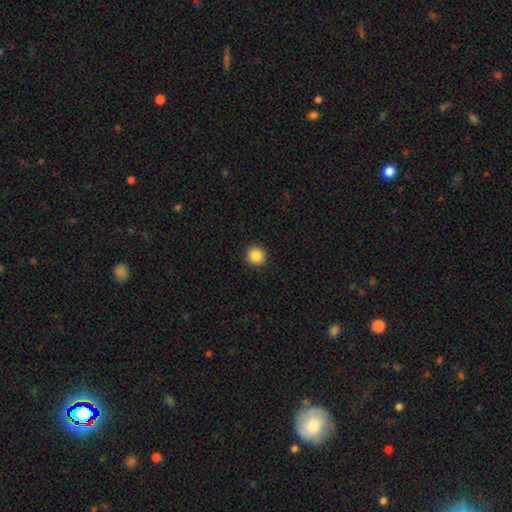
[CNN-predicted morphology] The model was most divided on "smooth or featured": smooth: 87%, star or artifact: 10%, featured or disk: 4%. More confident: how rounded — round (95%); merging — none (92%).